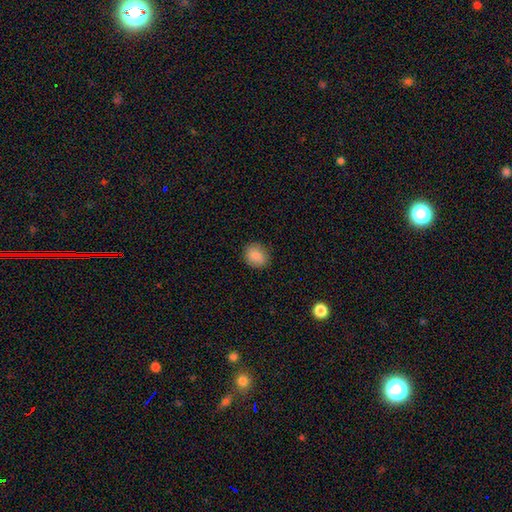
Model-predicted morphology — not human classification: A smooth galaxy with no disk features (85%) that is round (64%). Merging: none (85%).